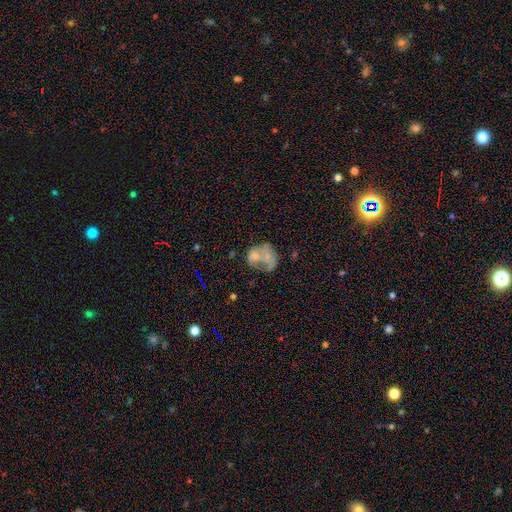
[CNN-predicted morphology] smooth_or_featured: featured or disk (p=0.43) [alt: smooth p=0.41]
merging: none (p=0.30) [alt: merger p=0.28]